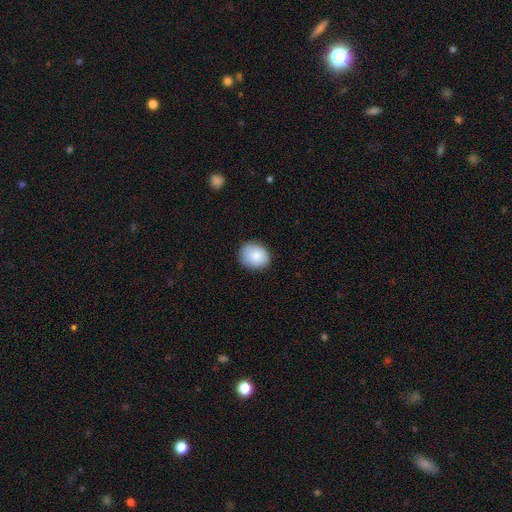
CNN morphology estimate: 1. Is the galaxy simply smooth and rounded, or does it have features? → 85% smooth, 8% featured or disk, 7% star or artifact.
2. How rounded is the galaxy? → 62% round, 37% in between, 1% cigar-shaped.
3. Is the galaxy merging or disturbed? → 84% none, 13% minor disturbance, 2% major disturbance, 1% merger.